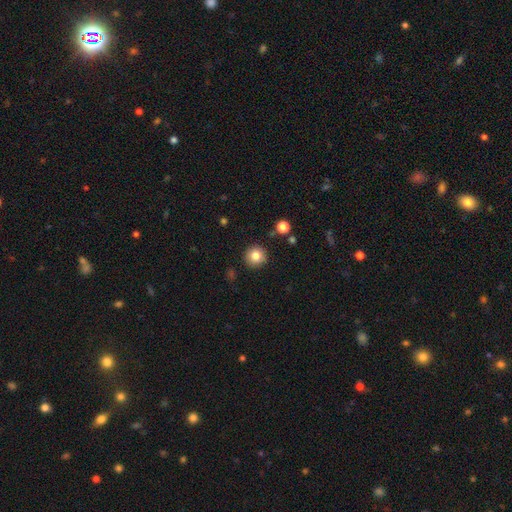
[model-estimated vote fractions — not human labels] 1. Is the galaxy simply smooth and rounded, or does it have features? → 83% smooth, 10% star or artifact, 7% featured or disk.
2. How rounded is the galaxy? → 95% round, 5% in between, 1% cigar-shaped.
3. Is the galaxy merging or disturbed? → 90% none, 6% minor disturbance, 2% major disturbance, 2% merger.